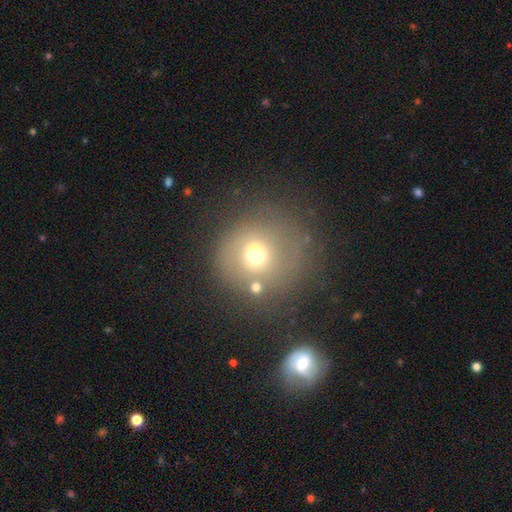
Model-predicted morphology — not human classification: The model was most divided on "smooth or featured": smooth: 59%, featured or disk: 23%, star or artifact: 18%. More confident: how rounded — round (89%); merging — none (61%).